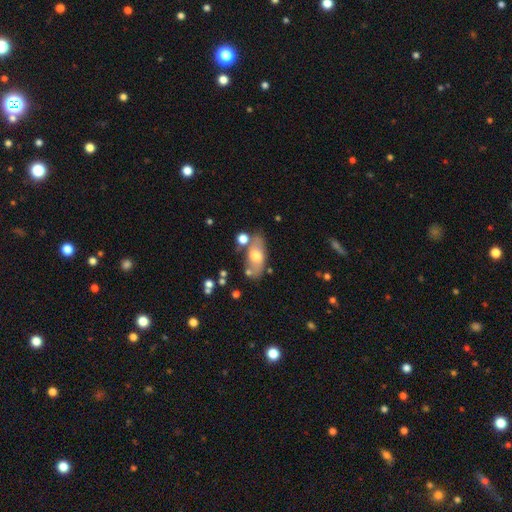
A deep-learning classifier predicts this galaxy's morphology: This is possibly a smooth galaxy (54%). How rounded: clearly in between (84%). Merging: likely none (62%).